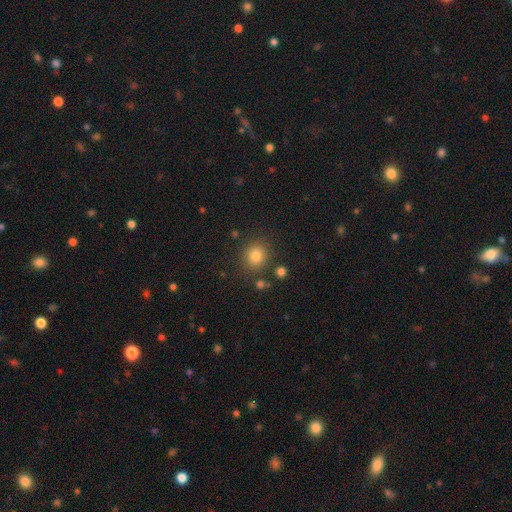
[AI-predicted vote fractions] Q: Smooth or featured?
A: smooth (81%); runner-up: star or artifact (13%)
Q: How rounded?
A: round (84%); runner-up: in between (15%)
Q: Merging?
A: none (84%); runner-up: minor disturbance (9%)